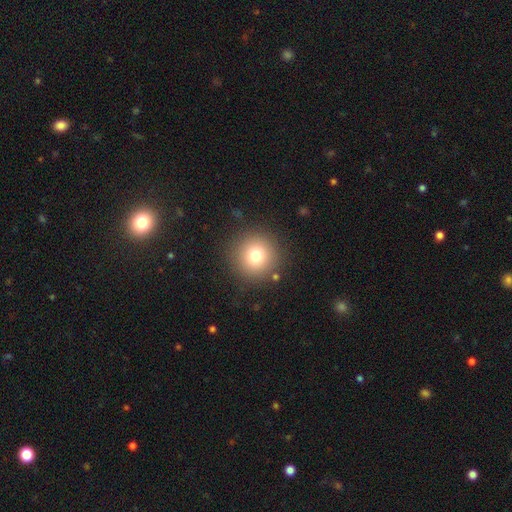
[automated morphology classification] A smooth galaxy with no disk features (78%) that is round (95%).

Vote fractions:
- Smooth or featured? smooth: 78% / star or artifact: 12% / featured or disk: 10%
- How rounded? round: 95% / in between: 4% / cigar-shaped: 1%
- Merging? none: 88% / minor disturbance: 7% / major disturbance: 3% / merger: 2%